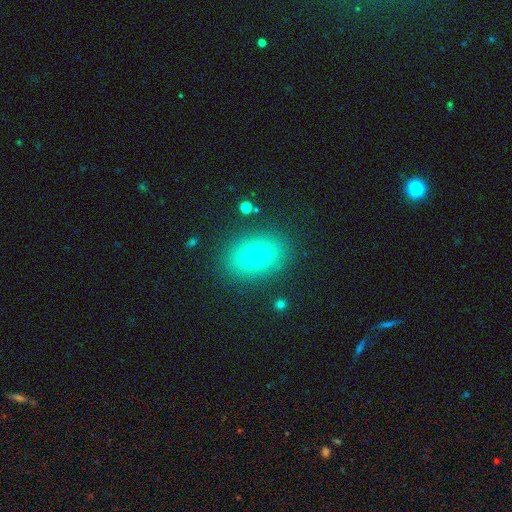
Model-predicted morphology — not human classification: Overall: smooth (68%). How rounded: in between (68%; round 31%). Merging: none (87%).